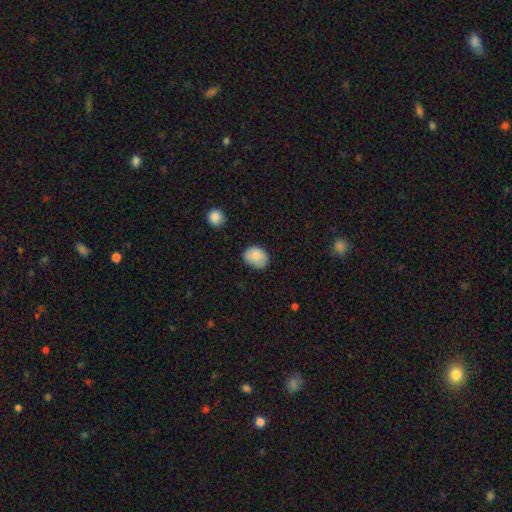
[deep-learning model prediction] A smooth galaxy with no disk features (82%) that is in between round and cigar-shaped (58%).

Vote fractions:
- Smooth or featured? smooth: 82% / featured or disk: 10% / star or artifact: 8%
- How rounded? in between: 58% / round: 41% / cigar-shaped: 1%
- Merging? none: 67% / minor disturbance: 26% / major disturbance: 5% / merger: 2%